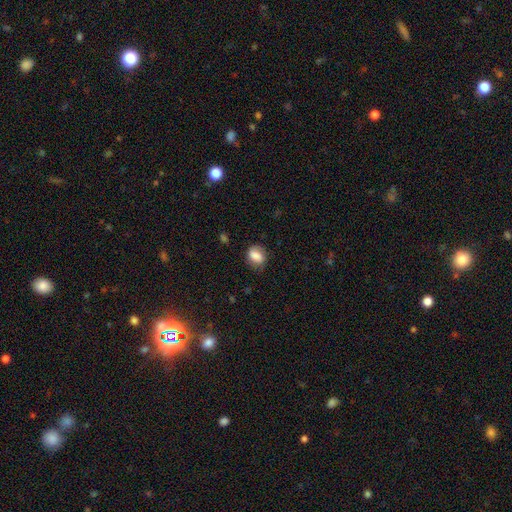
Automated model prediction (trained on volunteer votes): A smooth galaxy with no disk features (74%) that is in between round and cigar-shaped (59%). Merging: none (69%).